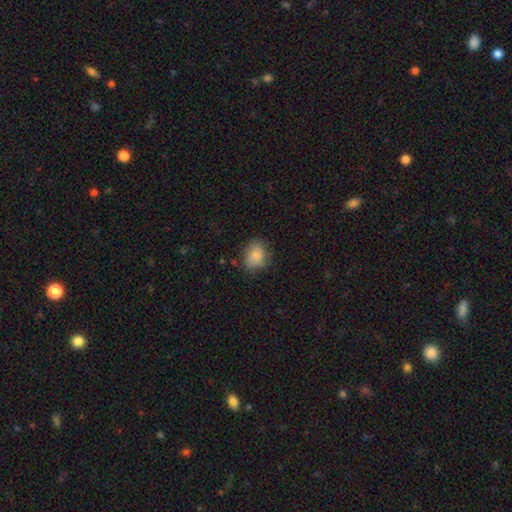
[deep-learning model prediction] A smooth galaxy with no disk features (84%) that is in between round and cigar-shaped (51%). Merging: none (73%).